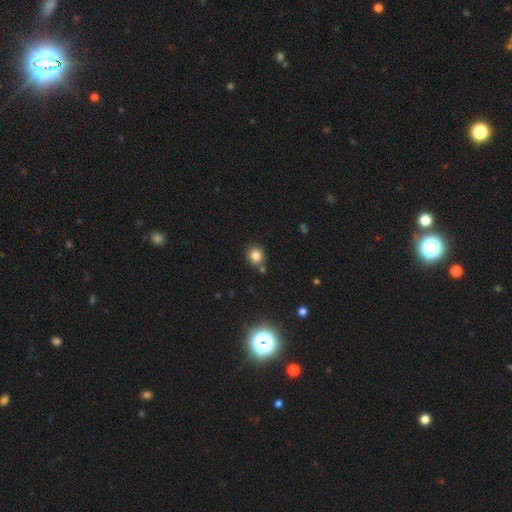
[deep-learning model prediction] This is clearly a smooth galaxy (82%). How rounded: clearly round (84%). Merging: likely none (78%).